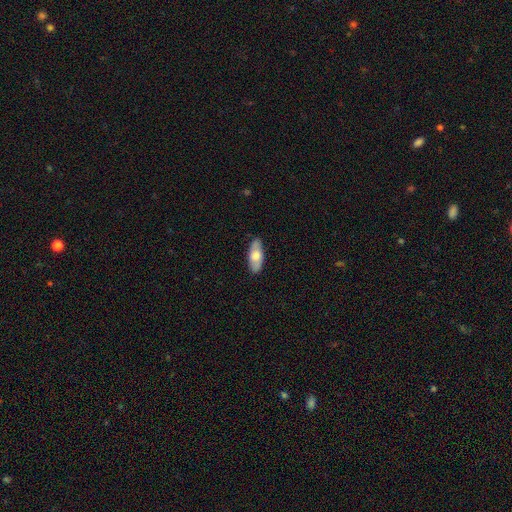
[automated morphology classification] type=smooth (63%); roundness=in between (78%); merging=none (85%).